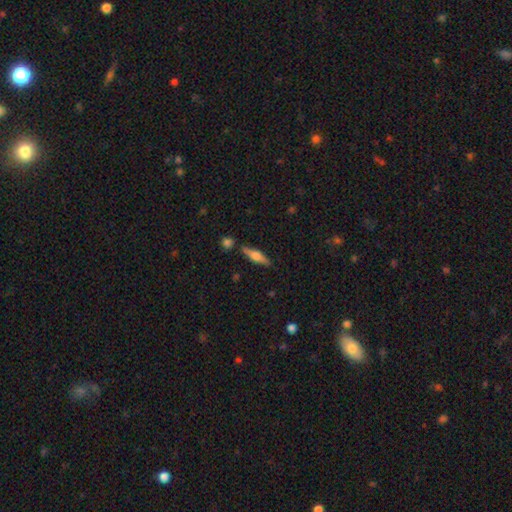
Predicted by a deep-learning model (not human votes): smooth-or-featured: featured or disk: 60% | smooth: 33% | star or artifact: 7%
  disk-edge-on: yes: 96% | no: 4%
    edge-on-bulge: rounded: 84% | boxy: 13% | none: 3%
  merging: none: 83% | minor disturbance: 10% | merger: 4% | major disturbance: 2%